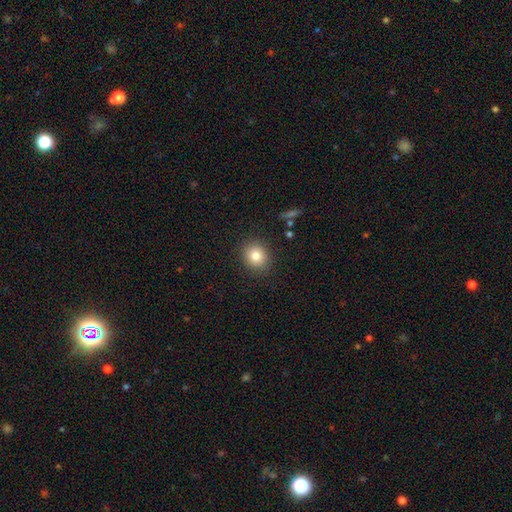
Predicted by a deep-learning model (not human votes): Smooth or featured? smooth (82%)
How rounded? round (75%)
Merging? none (88%)